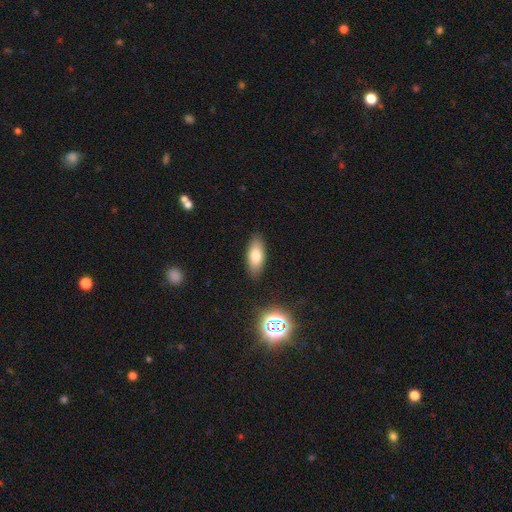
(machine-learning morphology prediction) smooth 77%, featured or disk 14%, star or artifact 9%. Down the decision tree: how rounded — in between (83%); merging — none (86%).